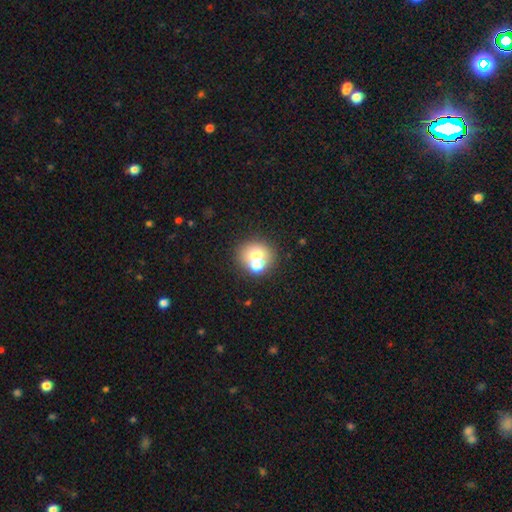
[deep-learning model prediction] Smooth or featured? smooth (66%)
How rounded? round (80%)
Merging? none (45%)